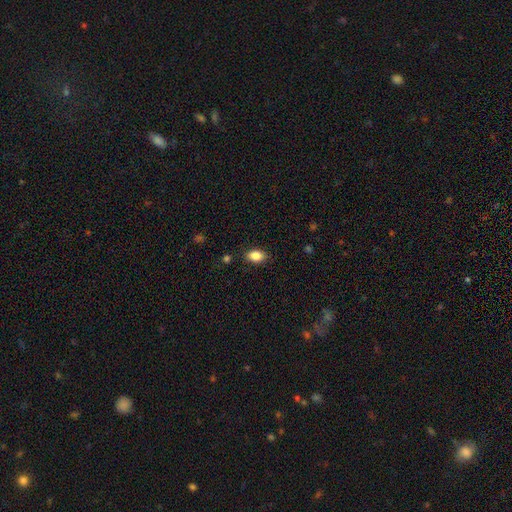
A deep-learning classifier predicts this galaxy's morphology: type=smooth (86%); roundness=in between (87%); merging=none (85%).